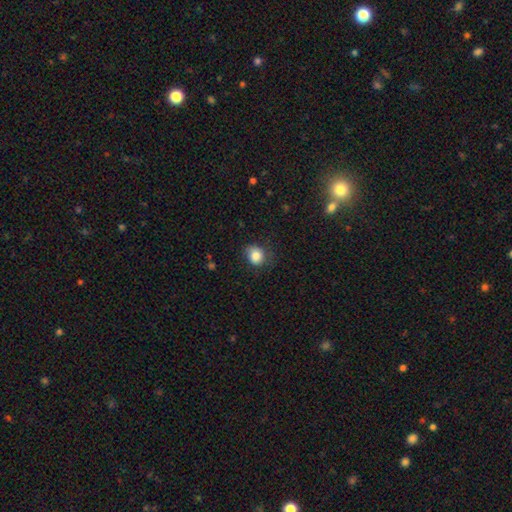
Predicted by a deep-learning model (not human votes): Smooth or featured: smooth — 84% (star or artifact — 10%)
How rounded: round — 67% (in between — 32%)
Merging: none — 70% (minor disturbance — 22%)